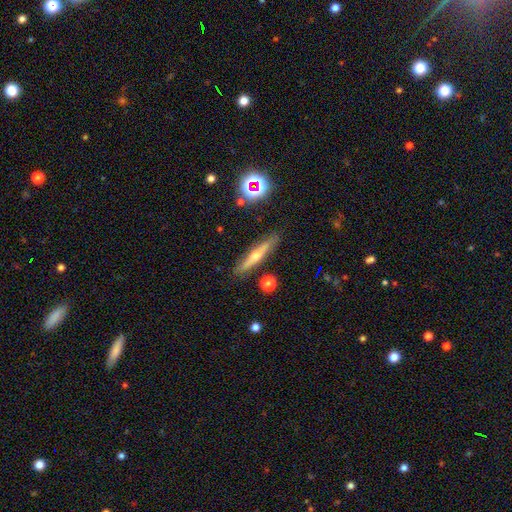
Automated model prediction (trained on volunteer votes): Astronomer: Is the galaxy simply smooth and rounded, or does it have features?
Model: featured or disk — 60%.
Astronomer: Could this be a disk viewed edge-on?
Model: yes — 94%.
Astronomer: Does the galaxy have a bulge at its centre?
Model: rounded — 87%.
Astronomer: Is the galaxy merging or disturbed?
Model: none — 88%.